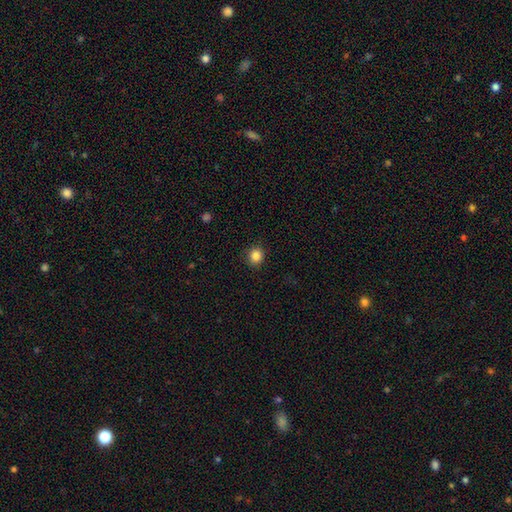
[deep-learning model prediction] Smooth or featured: smooth — 86% (star or artifact — 11%)
How rounded: round — 86% (in between — 13%)
Merging: none — 90% (minor disturbance — 7%)